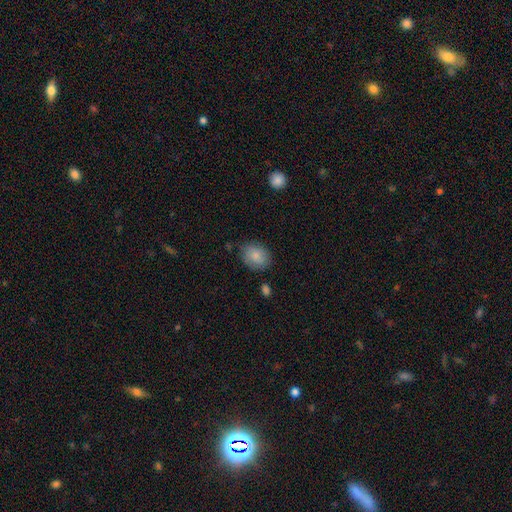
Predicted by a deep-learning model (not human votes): This is clearly a smooth galaxy (85%). How rounded: likely in between (61%). Merging: likely none (77%).